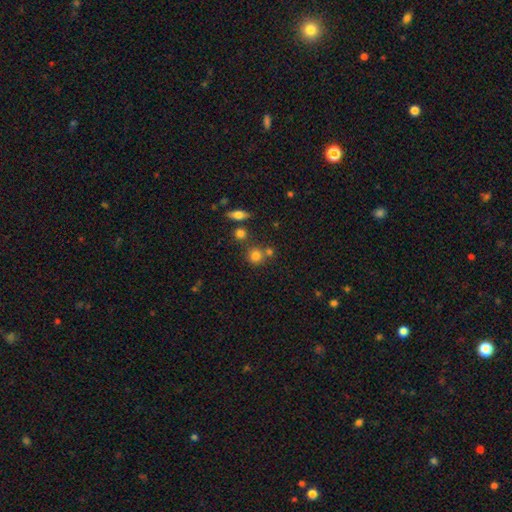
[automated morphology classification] smooth 77%, star or artifact 14%, featured or disk 10%. Down the decision tree: how rounded — round (87%); merging — none (62%).